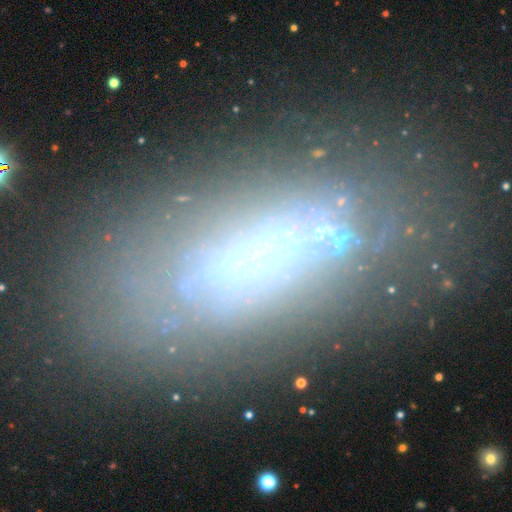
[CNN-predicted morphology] Smooth or featured? featured or disk (55%)
Edge-on disk? no (58%)
Merging? none (64%)